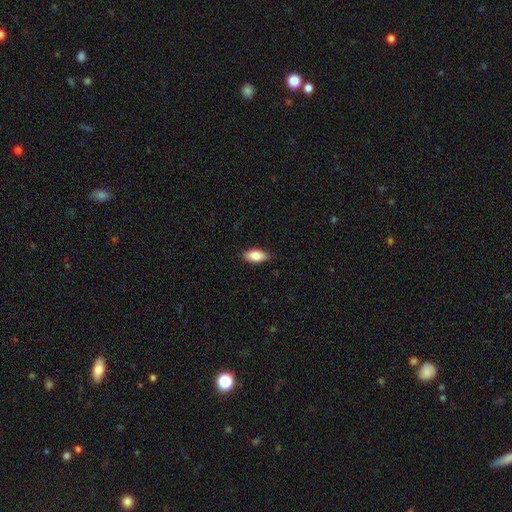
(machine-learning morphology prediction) smooth 84%, featured or disk 9%, star or artifact 7%. Down the decision tree: how rounded — in between (91%); merging — none (87%).